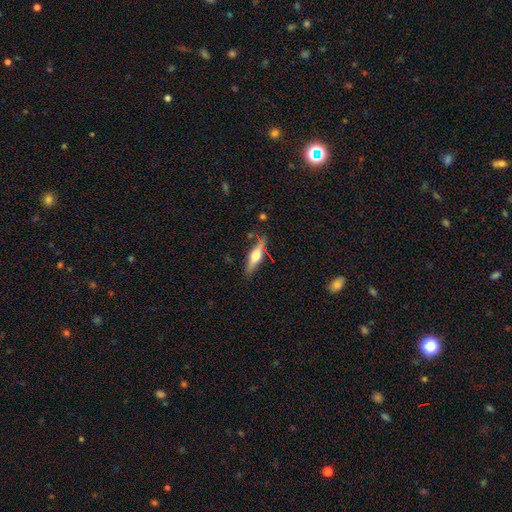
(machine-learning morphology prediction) Smooth or featured: featured or disk — 49% (smooth — 45%)
Merging: none — 75% (minor disturbance — 16%)